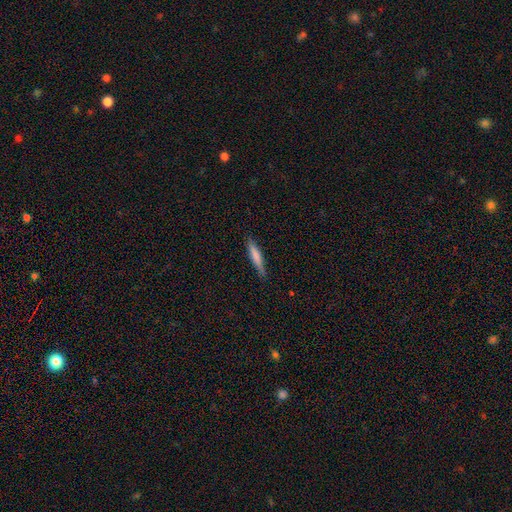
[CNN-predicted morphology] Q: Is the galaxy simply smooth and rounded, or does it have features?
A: smooth — 71%.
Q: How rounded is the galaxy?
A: cigar-shaped — 91%.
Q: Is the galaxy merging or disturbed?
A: none — 85%.